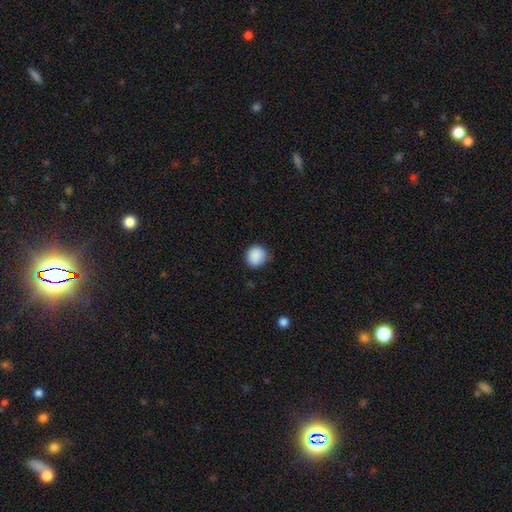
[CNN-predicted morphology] smooth 89%, star or artifact 8%, featured or disk 3%. Down the decision tree: how rounded — round (90%); merging — none (84%).